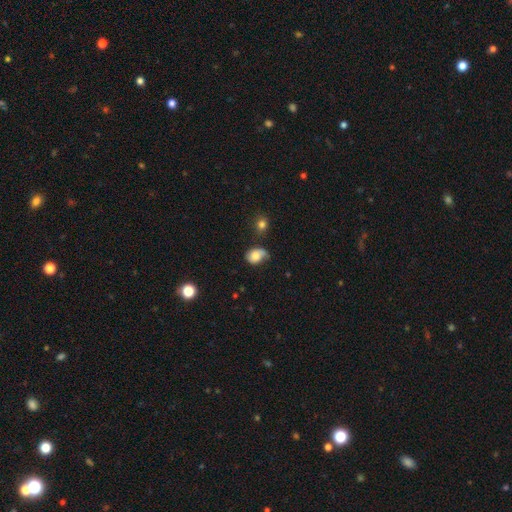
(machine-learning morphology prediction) Smooth or featured?
  - smooth: 61% *
  - featured or disk: 30%
  - star or artifact: 9%
How rounded?
  - in between: 63% *
  - round: 36%
  - cigar-shaped: 1%
Merging?
  - none: 36% *
  - minor disturbance: 34%
  - major disturbance: 24%
  - merger: 6%